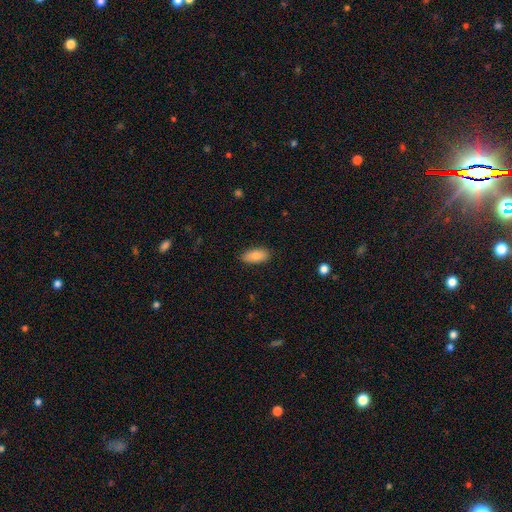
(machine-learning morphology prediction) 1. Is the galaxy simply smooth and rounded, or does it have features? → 86% smooth, 7% featured or disk, 7% star or artifact.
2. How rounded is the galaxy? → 90% in between, 8% cigar-shaped, 2% round.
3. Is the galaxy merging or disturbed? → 87% none, 10% minor disturbance, 2% major disturbance, 1% merger.